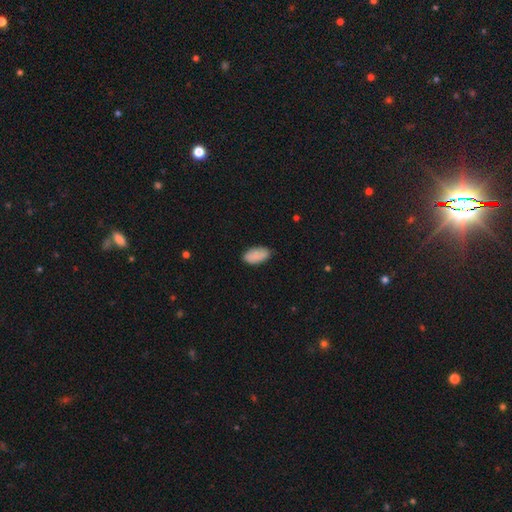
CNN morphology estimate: The model was most divided on "merging": none: 83%, minor disturbance: 14%, major disturbance: 2%, merger: 1%. More confident: how rounded — in between (94%); smooth or featured — smooth (89%).